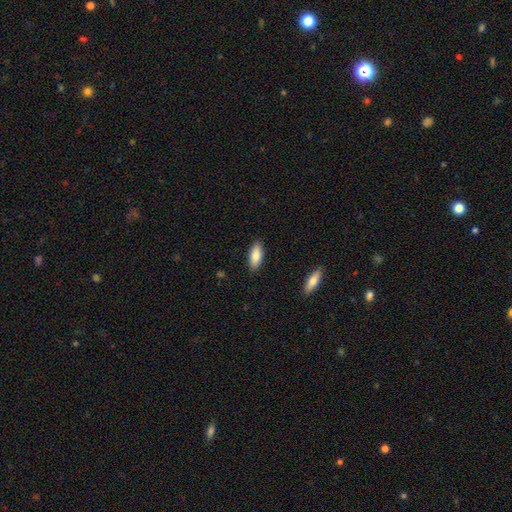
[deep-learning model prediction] Smooth or featured: smooth — 83% (featured or disk — 11%)
How rounded: in between — 79% (cigar-shaped — 19%)
Merging: none — 88% (minor disturbance — 9%)